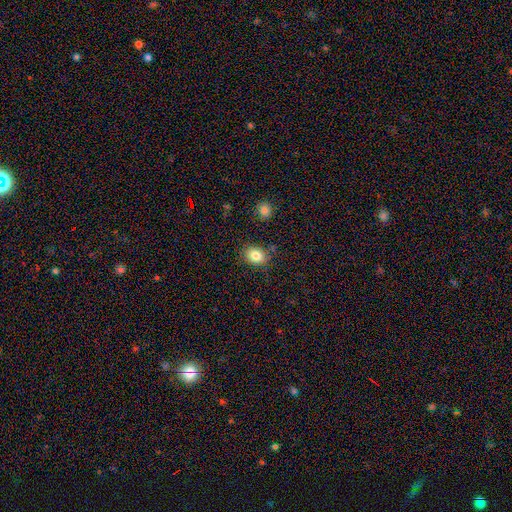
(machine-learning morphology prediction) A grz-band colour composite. It shows a smooth galaxy with no disk features (83%) that is in between round and cigar-shaped (60%). Merging: none (83%).